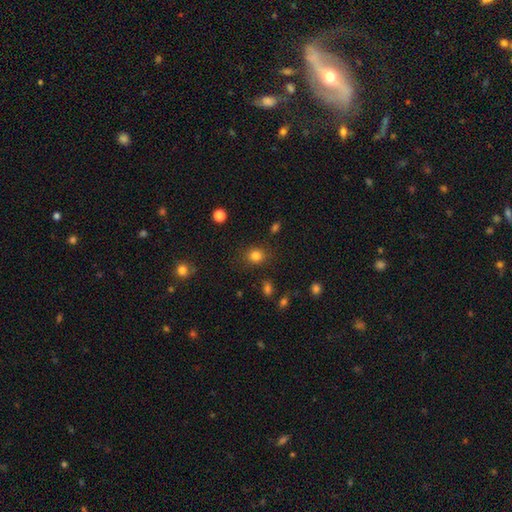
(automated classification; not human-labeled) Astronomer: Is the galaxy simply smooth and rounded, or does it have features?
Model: smooth — 82%.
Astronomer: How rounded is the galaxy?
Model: round — 72%.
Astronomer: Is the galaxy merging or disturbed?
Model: none — 84%.